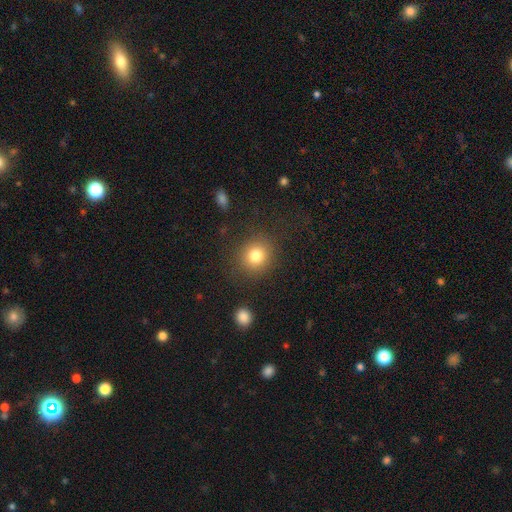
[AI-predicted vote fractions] Smooth or featured? Predicted: smooth (p=0.81). How rounded? Predicted: round (p=0.82). Merging? Predicted: none (p=0.85).